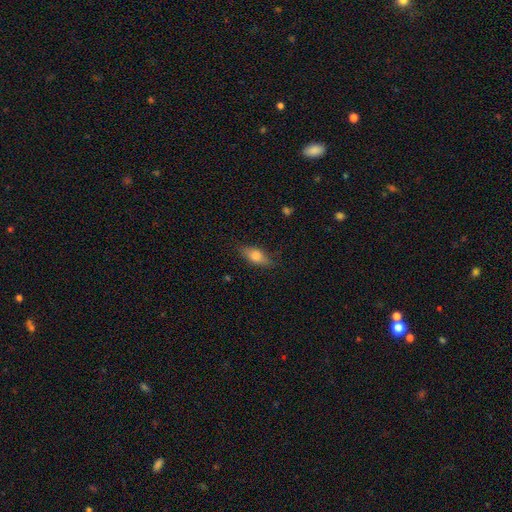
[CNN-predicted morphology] Smooth or featured: smooth — 70% (featured or disk — 22%)
How rounded: in between — 75% (cigar-shaped — 20%)
Merging: none — 79% (minor disturbance — 16%)